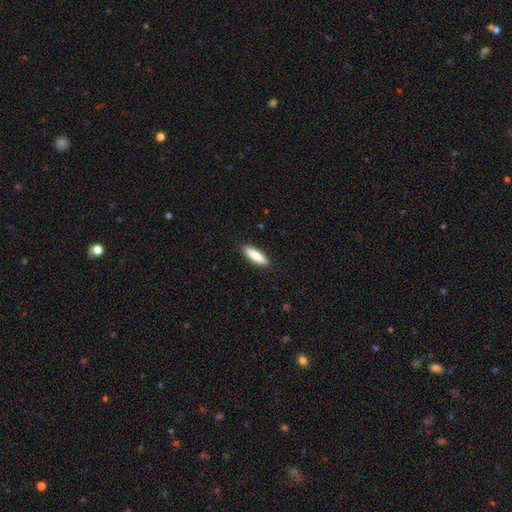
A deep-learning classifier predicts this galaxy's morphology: Smooth or featured?
  - smooth: 82% *
  - featured or disk: 13%
  - star or artifact: 5%
How rounded?
  - cigar-shaped: 67% *
  - in between: 31%
  - round: 2%
Merging?
  - none: 90% *
  - minor disturbance: 7%
  - major disturbance: 2%
  - merger: 1%